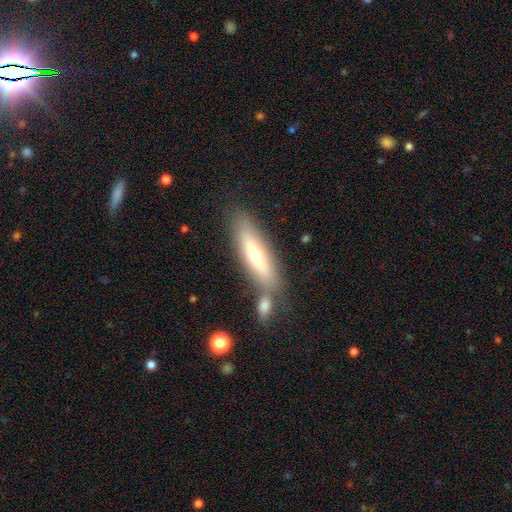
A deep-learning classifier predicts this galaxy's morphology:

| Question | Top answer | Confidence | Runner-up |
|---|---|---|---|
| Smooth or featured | smooth | 57% | featured or disk (36%) |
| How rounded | cigar-shaped | 62% | in between (36%) |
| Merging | none | 62% | merger (21%) |